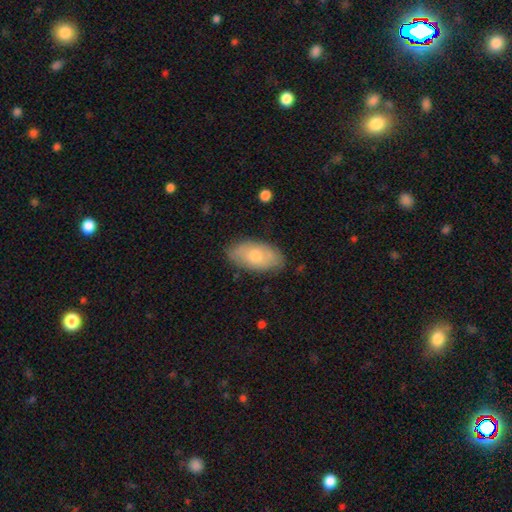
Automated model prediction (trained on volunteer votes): Smooth or featured? smooth (65%)
How rounded? in between (93%)
Merging? none (82%)